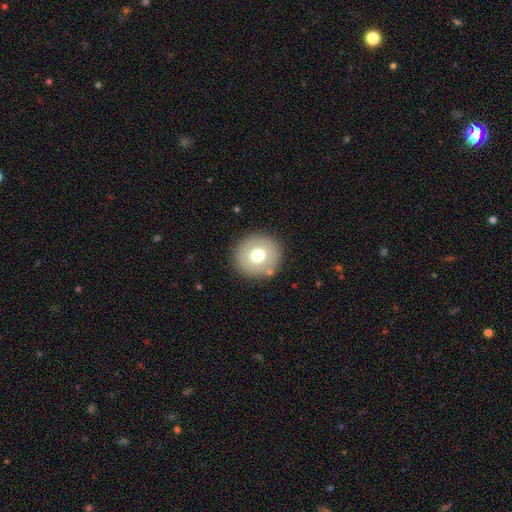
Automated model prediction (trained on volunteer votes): This is likely a smooth galaxy (63%). How rounded: clearly round (95%). Merging: clearly none (89%).